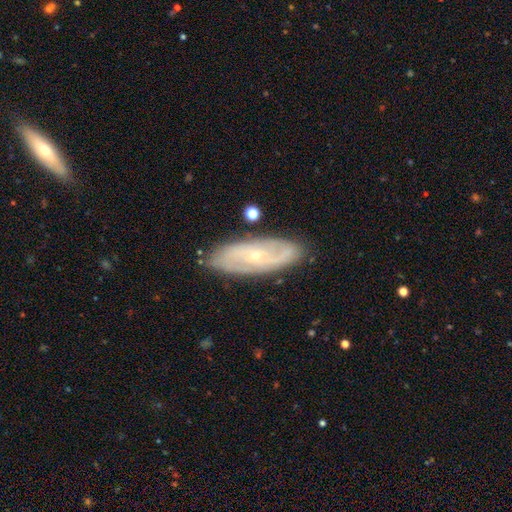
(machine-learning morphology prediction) This is likely a featured or disk galaxy (75%). It is clearly not viewed edge-on (88%). Bar: likely no (70%). Spiral arm pattern: clearly yes (84%). Spiral arm count: possibly 2 (50%). Spiral winding: possibly tight (49%). Central bulge: likely small (78%). Merging: clearly none (81%).